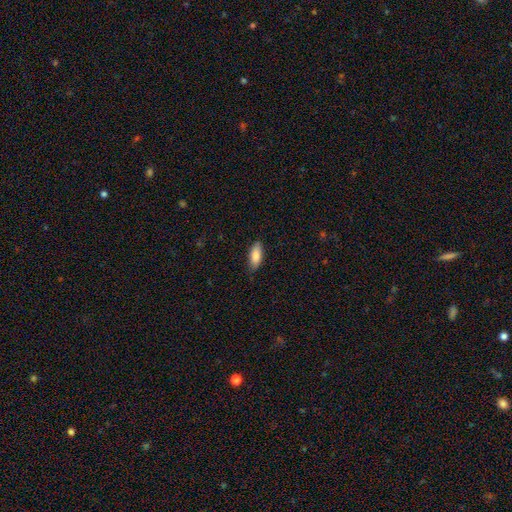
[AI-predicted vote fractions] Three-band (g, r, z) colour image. It shows a smooth galaxy with no disk features (83%) that is in between round and cigar-shaped (78%). Merging: none (81%).